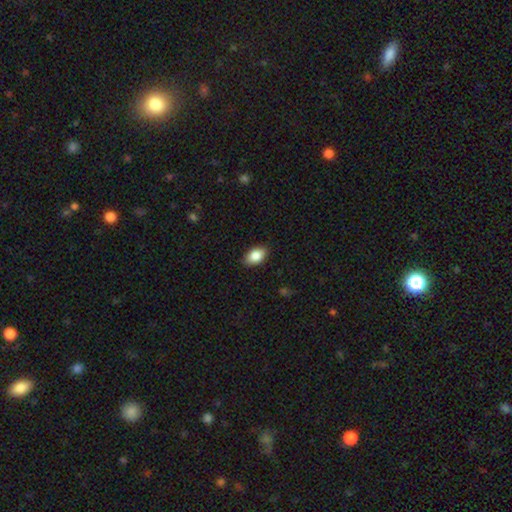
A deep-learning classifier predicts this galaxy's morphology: Smooth or featured: smooth — 85% (featured or disk — 8%)
How rounded: in between — 89% (round — 9%)
Merging: none — 88% (minor disturbance — 9%)